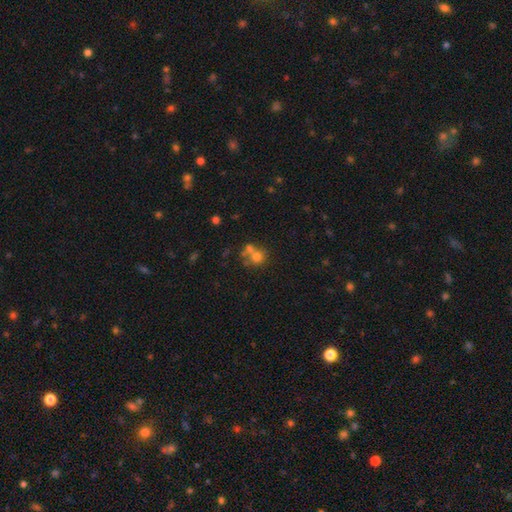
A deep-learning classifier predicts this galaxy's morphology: Q: Smooth or featured?
A: smooth (66%); runner-up: featured or disk (18%)
Q: How rounded?
A: round (81%); runner-up: in between (18%)
Q: Merging?
A: merger (43%); runner-up: none (41%)